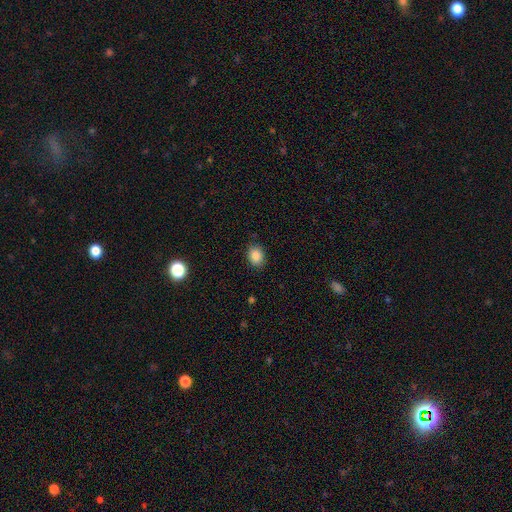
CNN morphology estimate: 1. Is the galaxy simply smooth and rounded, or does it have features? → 87% smooth, 9% star or artifact, 4% featured or disk.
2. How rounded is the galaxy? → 53% in between, 46% round, 1% cigar-shaped.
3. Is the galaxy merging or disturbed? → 86% none, 10% minor disturbance, 2% major disturbance, 1% merger.